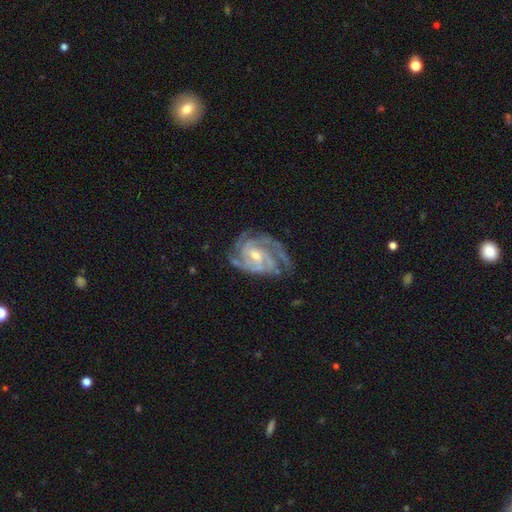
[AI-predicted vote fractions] Overall: featured or disk (91%). Edge-on disk: no (98%). Bar: weak (48%; no 37%). Spiral arms: yes (98%). Spiral arm count: 3 (39%; 4 18%). Spiral winding: tight (60%; medium 35%). Bulge size: moderate (48%; small 47%). Merging: none (69%).